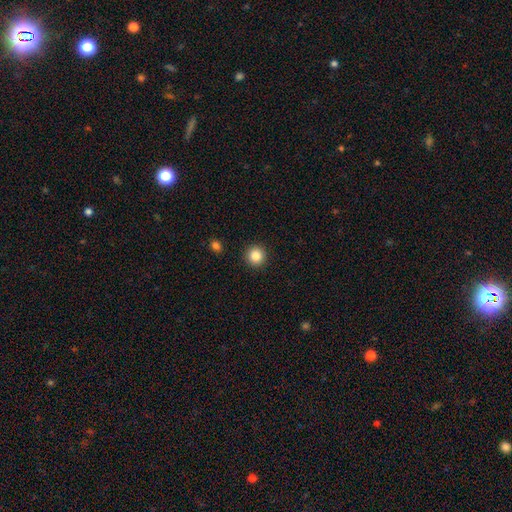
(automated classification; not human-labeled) A smooth galaxy with no disk features (85%) that is round (95%). Merging: none (93%).